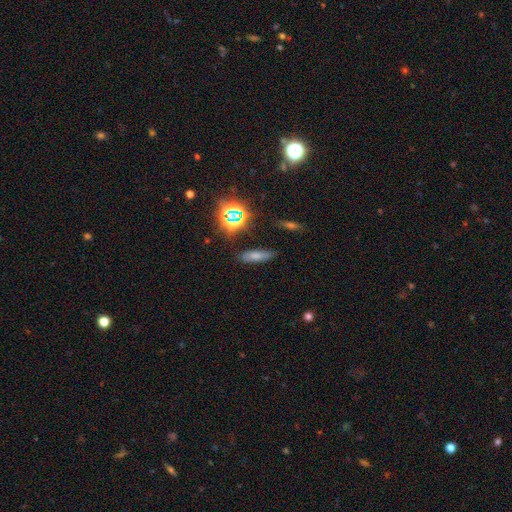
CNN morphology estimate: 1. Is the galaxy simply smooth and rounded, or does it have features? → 66% smooth, 21% star or artifact, 13% featured or disk.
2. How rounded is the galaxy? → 50% in between, 45% cigar-shaped, 5% round.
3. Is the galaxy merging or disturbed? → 80% none, 13% minor disturbance, 4% major disturbance, 3% merger.